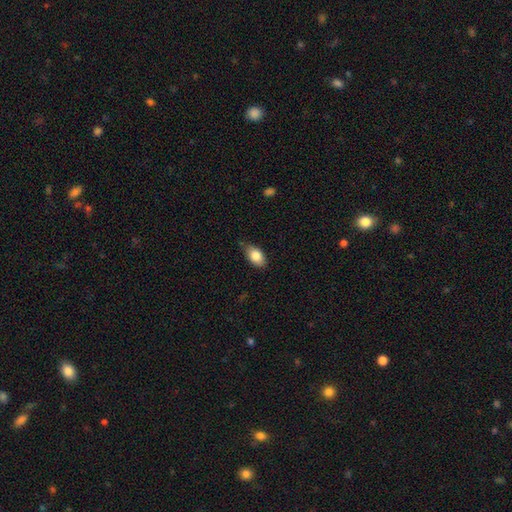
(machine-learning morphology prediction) This is clearly a smooth galaxy (83%). How rounded: clearly in between (89%). Merging: likely none (69%).